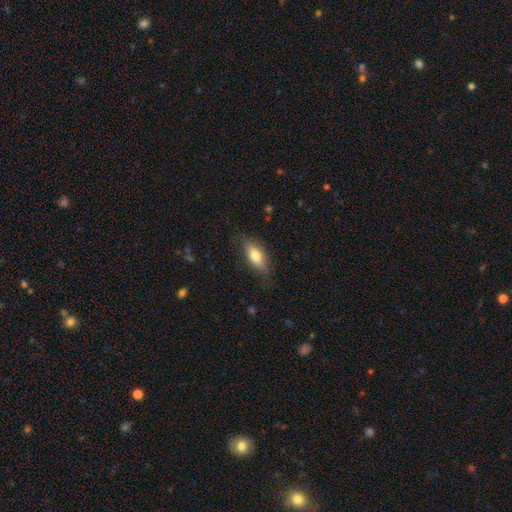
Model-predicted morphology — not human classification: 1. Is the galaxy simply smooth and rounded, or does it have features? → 74% smooth, 20% featured or disk, 7% star or artifact.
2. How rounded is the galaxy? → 78% in between, 19% cigar-shaped, 3% round.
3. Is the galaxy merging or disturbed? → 79% none, 16% minor disturbance, 4% major disturbance, 1% merger.